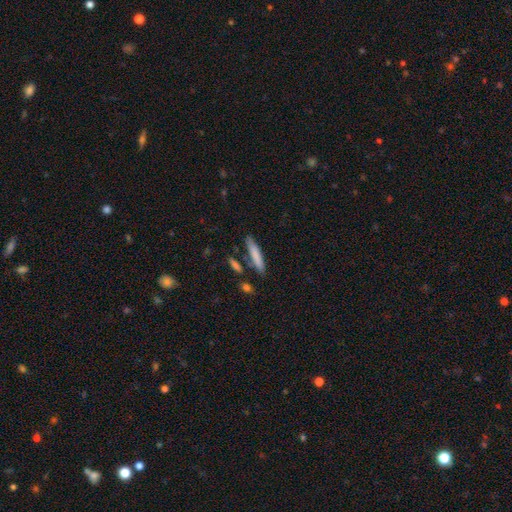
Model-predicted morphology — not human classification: A smooth galaxy with no disk features (79%) that is cigar-shaped (85%). Merging: none (78%).